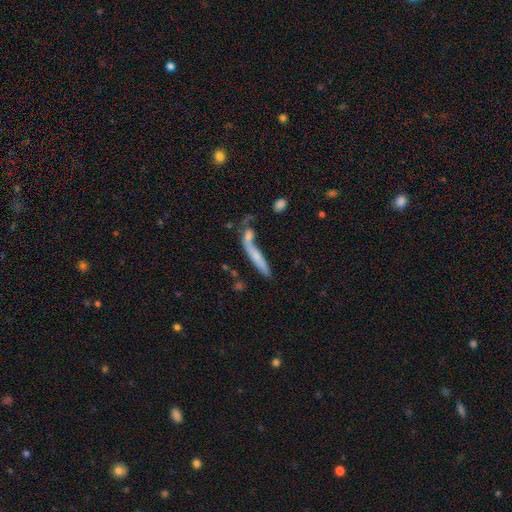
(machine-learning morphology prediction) A smooth galaxy with no disk features (59%) that is cigar-shaped (88%). Merging: none (39%).